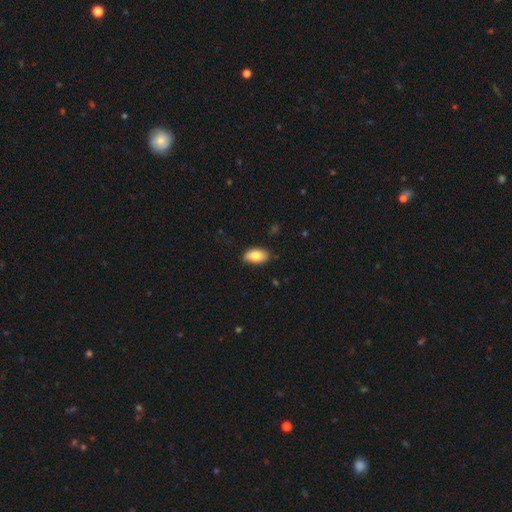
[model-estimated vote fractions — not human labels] This appears to be a smooth galaxy with no disk features (80%) that is in between round and cigar-shaped (93%). Merging: none (81%).